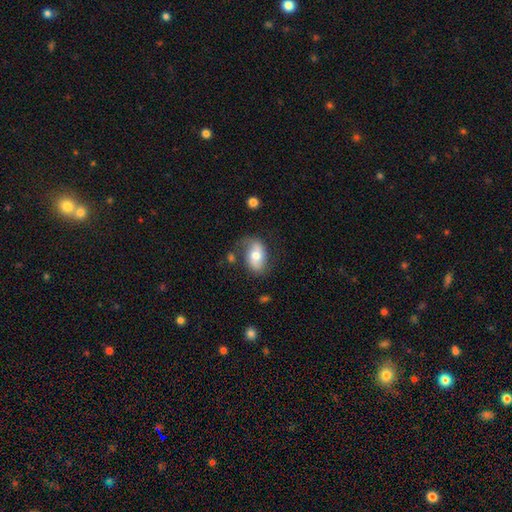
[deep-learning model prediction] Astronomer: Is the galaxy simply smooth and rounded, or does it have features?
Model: smooth — 57% (runner-up: featured or disk, 36%).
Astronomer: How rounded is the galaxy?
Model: in between — 88%.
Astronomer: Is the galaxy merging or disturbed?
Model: none — 62%.